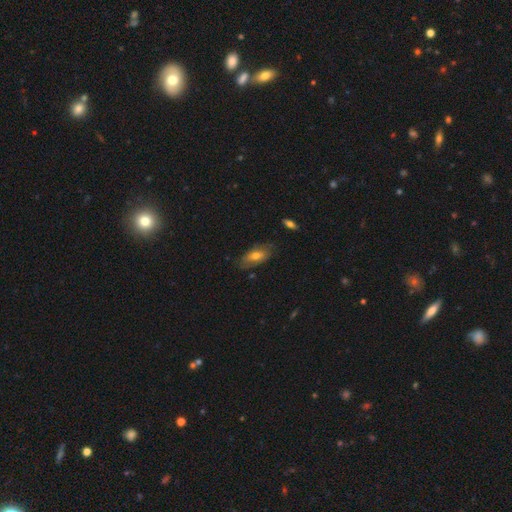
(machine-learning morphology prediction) A smooth galaxy with no disk features (58%) that is in between round and cigar-shaped (85%).

Vote fractions:
- Smooth or featured? smooth: 58% / featured or disk: 35% / star or artifact: 8%
- How rounded? in between: 85% / cigar-shaped: 11% / round: 4%
- Merging? none: 72% / minor disturbance: 21% / major disturbance: 5% / merger: 2%